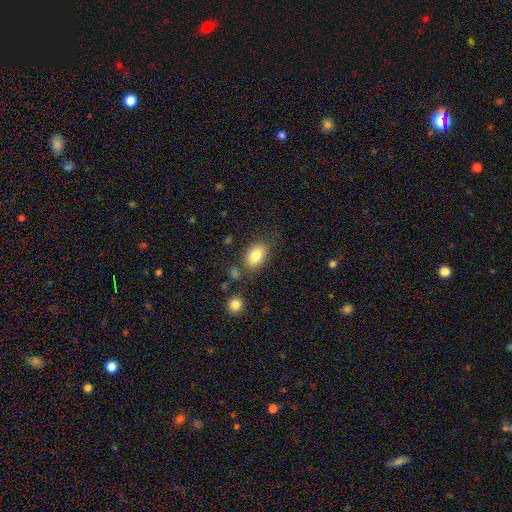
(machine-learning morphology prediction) smooth_or_featured: smooth (p=0.83) [alt: featured or disk p=0.09]
how_rounded: in between (p=0.83) [alt: round p=0.16]
merging: none (p=0.73) [alt: minor disturbance p=0.16]